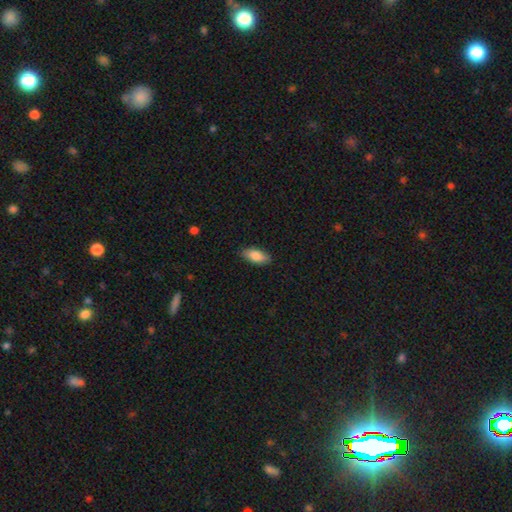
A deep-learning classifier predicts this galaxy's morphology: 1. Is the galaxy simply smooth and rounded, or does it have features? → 86% smooth, 7% featured or disk, 6% star or artifact.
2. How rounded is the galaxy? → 85% in between, 12% cigar-shaped, 2% round.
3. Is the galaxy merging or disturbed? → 86% none, 10% minor disturbance, 2% major disturbance, 1% merger.